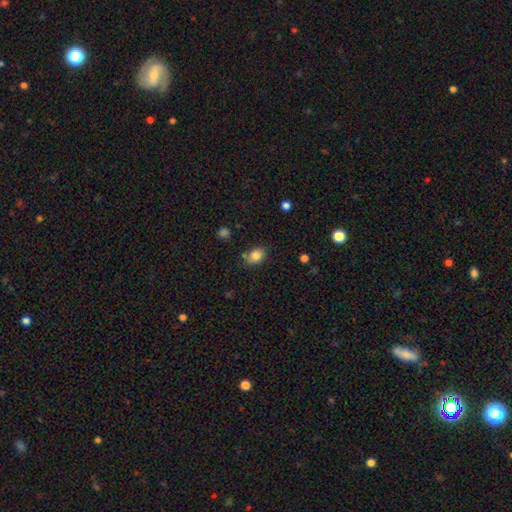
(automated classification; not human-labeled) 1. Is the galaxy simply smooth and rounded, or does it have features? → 83% smooth, 10% star or artifact, 7% featured or disk.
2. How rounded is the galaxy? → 68% in between, 30% round, 1% cigar-shaped.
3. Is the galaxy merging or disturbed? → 76% none, 16% minor disturbance, 4% merger, 3% major disturbance.